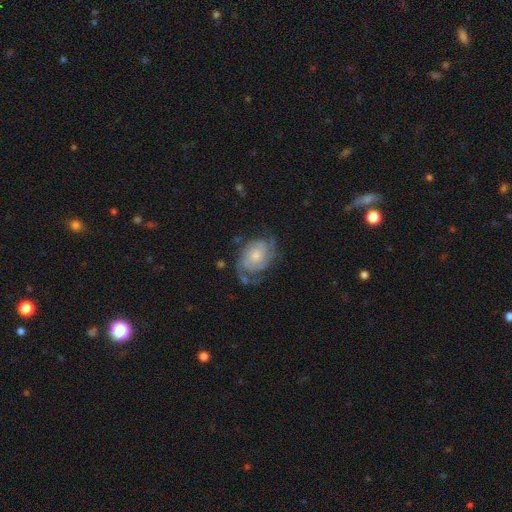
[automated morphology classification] featured or disk 78%, smooth 16%, star or artifact 6%. Down the decision tree: edge-on disk — no (97%); bar — no (74%); spiral arms — yes (94%); spiral arm count — 2 (65%); spiral winding — tight (50%); bulge size — small (45%); merging — none (59%).